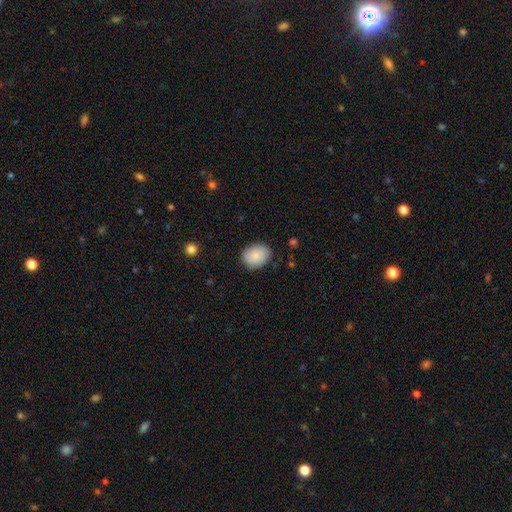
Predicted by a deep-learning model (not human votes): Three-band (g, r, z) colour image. It shows a smooth galaxy with no disk features (85%) that is in between round and cigar-shaped (56%). Merging: none (83%).